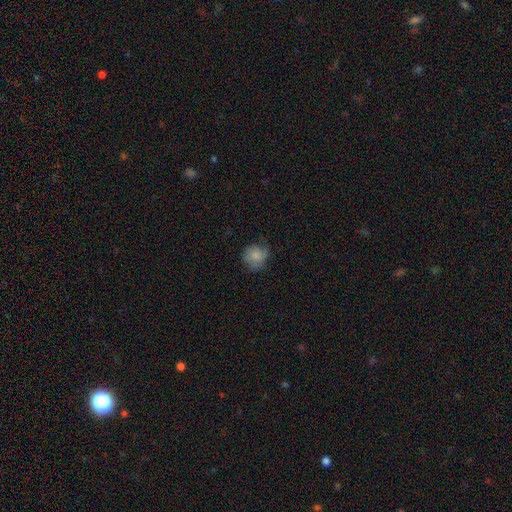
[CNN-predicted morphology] smooth_or_featured: smooth (p=0.79) [alt: featured or disk p=0.12]
how_rounded: round (p=0.82) [alt: in between p=0.17]
merging: none (p=0.66) [alt: minor disturbance p=0.25]